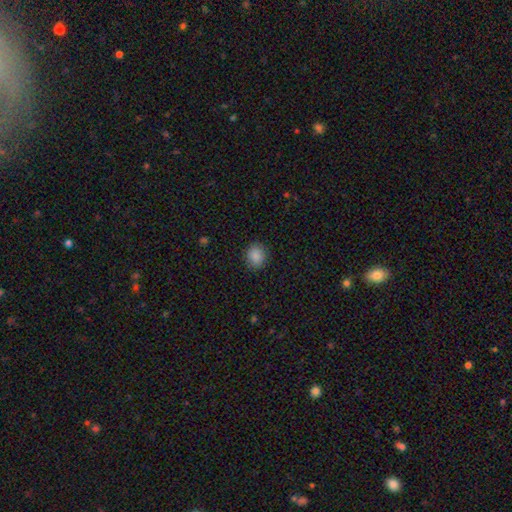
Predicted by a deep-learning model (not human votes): Smooth or featured? smooth (87%)
How rounded? round (71%)
Merging? none (89%)